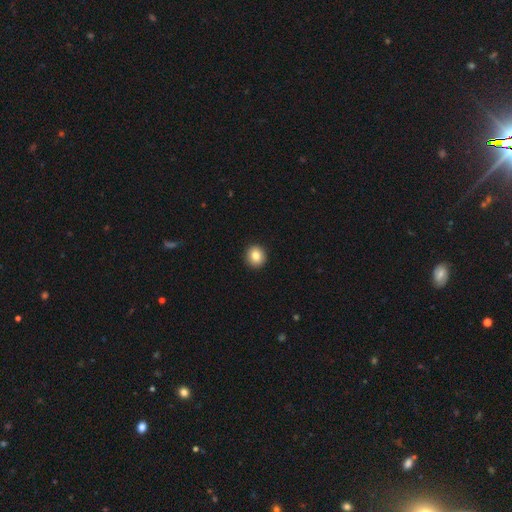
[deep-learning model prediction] This is clearly a smooth galaxy (84%). How rounded: clearly round (91%). Merging: clearly none (93%).